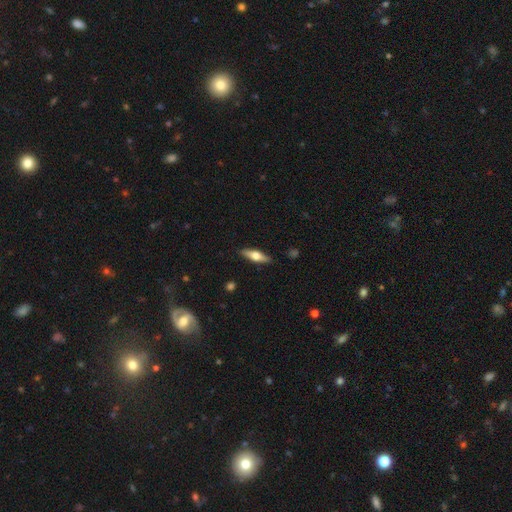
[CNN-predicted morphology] Q: Smooth or featured?
A: featured or disk (53%); runner-up: smooth (41%)
Q: Edge-on disk?
A: yes (93%); runner-up: no (7%)
Q: Merging?
A: none (88%); runner-up: minor disturbance (9%)